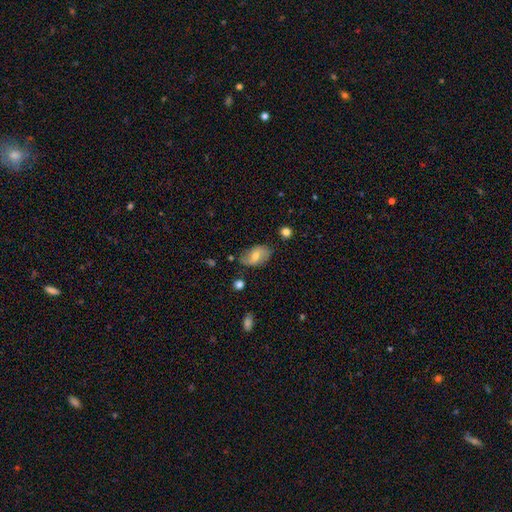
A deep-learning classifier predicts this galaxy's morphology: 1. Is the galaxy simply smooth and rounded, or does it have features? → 52% smooth, 39% featured or disk, 9% star or artifact.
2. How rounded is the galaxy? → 90% in between, 8% round, 2% cigar-shaped.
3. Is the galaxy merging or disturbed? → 72% none, 21% minor disturbance, 5% major disturbance, 2% merger.